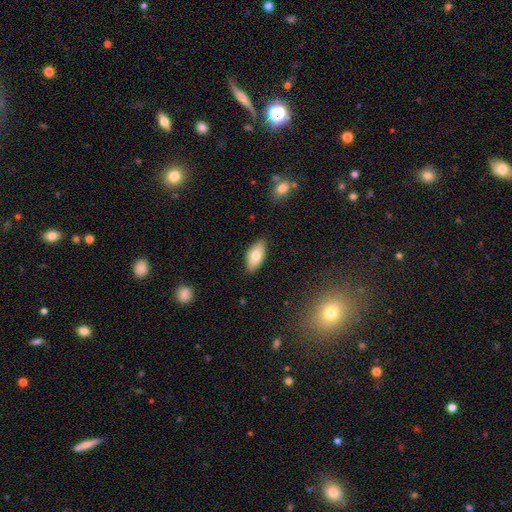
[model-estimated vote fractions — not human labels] smooth_or_featured: smooth (p=0.77) [alt: featured or disk p=0.16]
how_rounded: in between (p=0.88) [alt: cigar-shaped p=0.10]
merging: none (p=0.85) [alt: minor disturbance p=0.12]